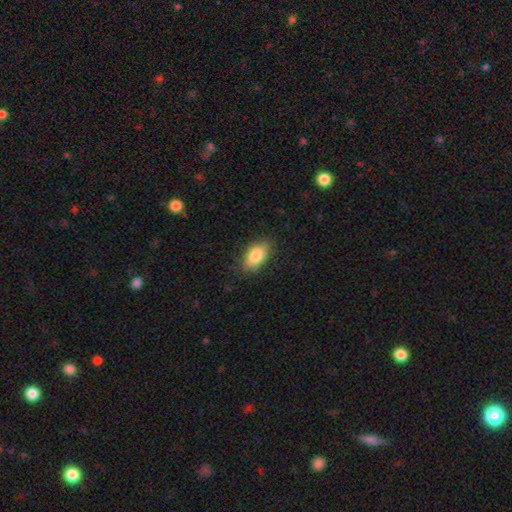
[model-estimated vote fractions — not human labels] Overall: smooth (82%). How rounded: in between (89%). Merging: none (80%).